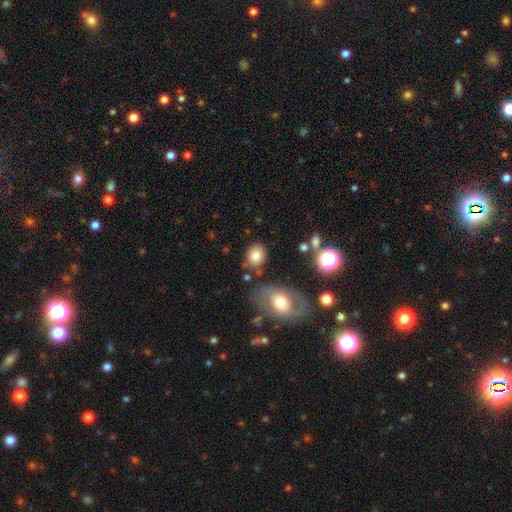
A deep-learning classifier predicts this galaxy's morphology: Smooth or featured? Predicted: smooth (p=0.80). How rounded? Predicted: in between (p=0.51). Merging? Predicted: none (p=0.76).